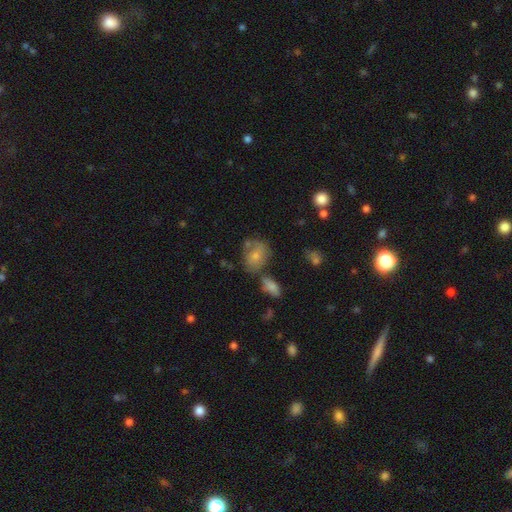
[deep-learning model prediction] This is likely a smooth galaxy (65%). How rounded: possibly in between (55%). Merging: possibly none (46%).